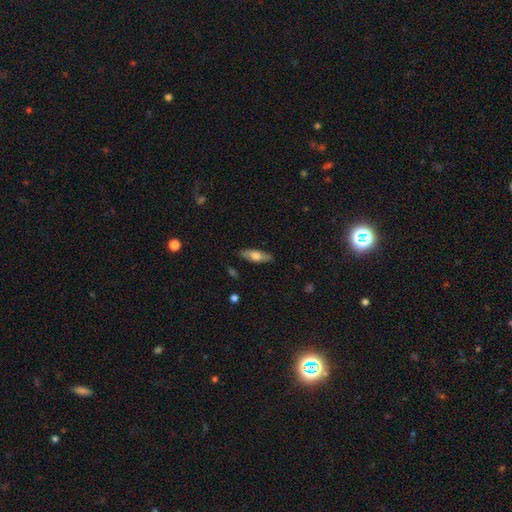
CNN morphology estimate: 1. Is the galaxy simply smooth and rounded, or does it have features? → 60% smooth, 34% featured or disk, 6% star or artifact.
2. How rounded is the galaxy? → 64% in between, 34% cigar-shaped, 3% round.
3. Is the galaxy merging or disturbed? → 84% none, 12% minor disturbance, 2% major disturbance, 1% merger.